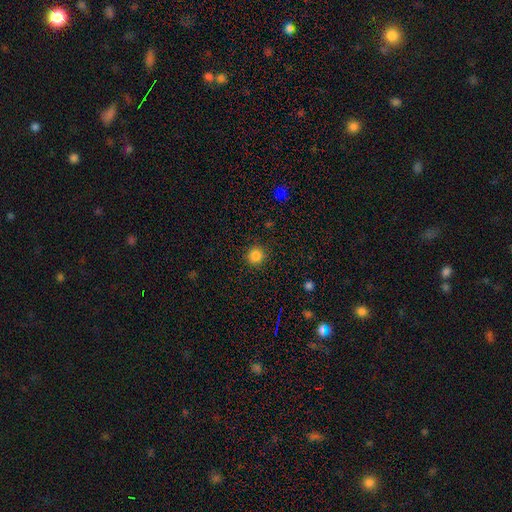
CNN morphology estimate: Q: Smooth or featured?
A: smooth (85%); runner-up: star or artifact (12%)
Q: How rounded?
A: round (94%); runner-up: in between (5%)
Q: Merging?
A: none (91%); runner-up: minor disturbance (6%)